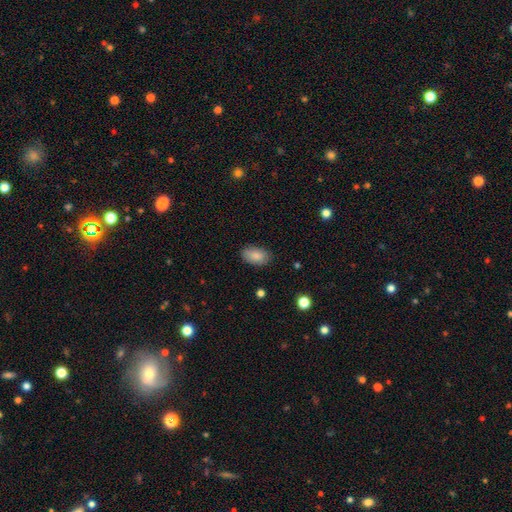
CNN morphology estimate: smooth 87%, star or artifact 7%, featured or disk 6%. Down the decision tree: how rounded — in between (93%); merging — none (84%).